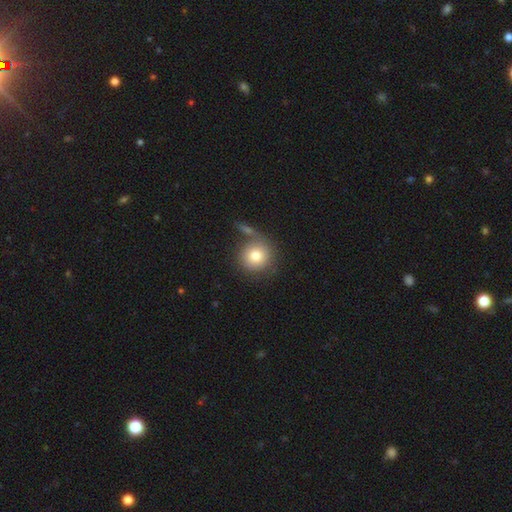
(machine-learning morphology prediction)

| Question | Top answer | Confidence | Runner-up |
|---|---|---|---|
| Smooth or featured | smooth | 78% | featured or disk (13%) |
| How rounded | round | 93% | in between (6%) |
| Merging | none | 58% | merger (21%) |